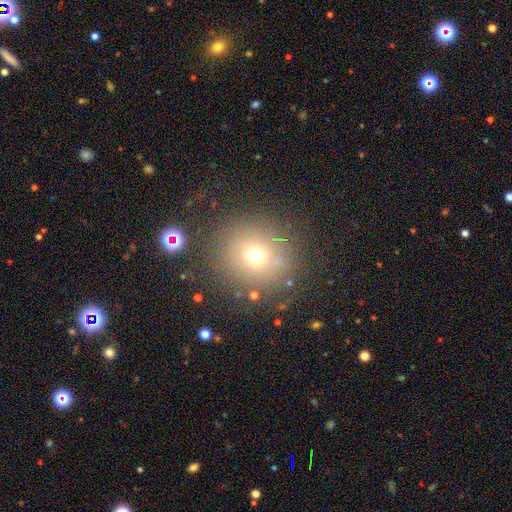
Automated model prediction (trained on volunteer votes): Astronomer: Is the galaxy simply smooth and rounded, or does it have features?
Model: smooth — 67%.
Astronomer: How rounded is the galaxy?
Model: round — 87%.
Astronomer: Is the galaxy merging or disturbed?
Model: none — 82%.